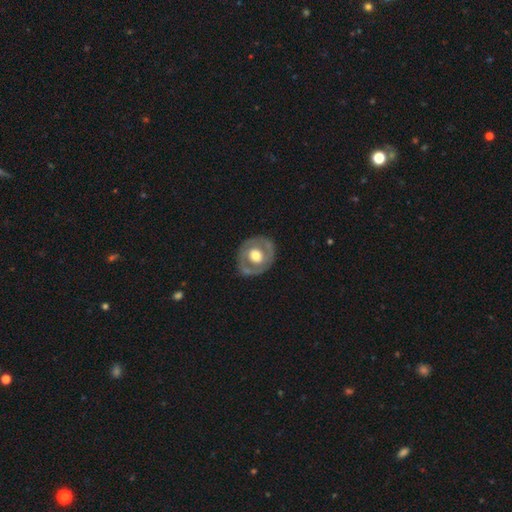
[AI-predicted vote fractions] featured or disk 57%, smooth 38%, star or artifact 5%. Down the decision tree: edge-on disk — no (95%); bar — no (78%); spiral arms — no (77%); bulge size — moderate (54%); merging — none (78%).